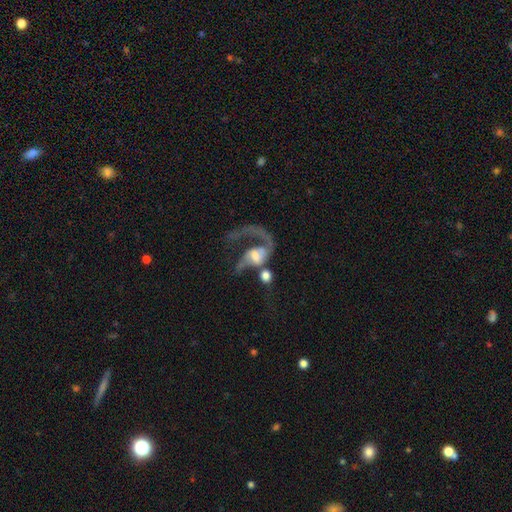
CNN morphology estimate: Q: Smooth or featured?
A: featured or disk (73%); runner-up: smooth (19%)
Q: Edge-on disk?
A: no (97%); runner-up: yes (3%)
Q: Bar?
A: no (49%); runner-up: weak (38%)
Q: Spiral arms?
A: yes (85%); runner-up: no (15%)
Q: Spiral winding?
A: loose (73%); runner-up: medium (21%)
Q: Spiral arm count?
A: 1 (56%); runner-up: 2 (36%)
Q: Bulge size?
A: moderate (47%); runner-up: small (25%)
Q: Merging?
A: merger (41%); runner-up: major disturbance (34%)